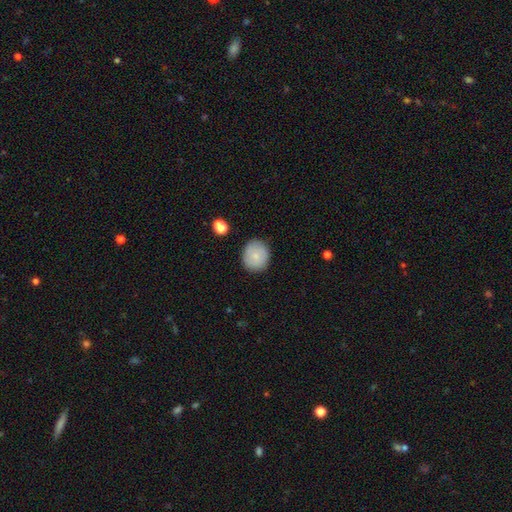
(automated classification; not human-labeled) Smooth or featured?
  - smooth: 79% *
  - featured or disk: 13%
  - star or artifact: 8%
How rounded?
  - round: 80% *
  - in between: 19%
  - cigar-shaped: 1%
Merging?
  - none: 86% *
  - minor disturbance: 10%
  - major disturbance: 2%
  - merger: 2%